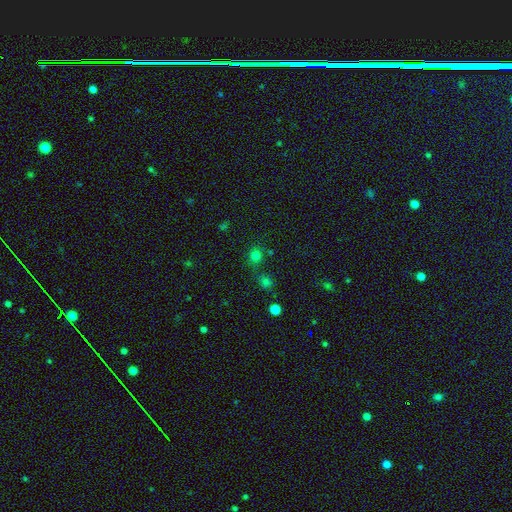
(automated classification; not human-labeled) smooth 73%, star or artifact 22%, featured or disk 5%. Down the decision tree: how rounded — round (85%); merging — none (73%).